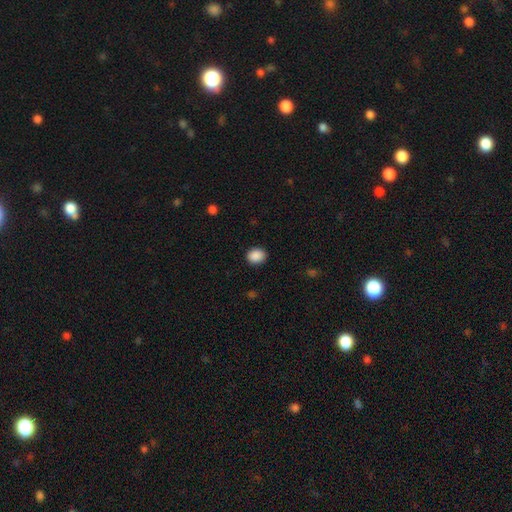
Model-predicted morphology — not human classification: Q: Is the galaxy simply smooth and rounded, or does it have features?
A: smooth — 89%.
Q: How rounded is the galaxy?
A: round — 54%.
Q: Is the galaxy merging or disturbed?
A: none — 88%.